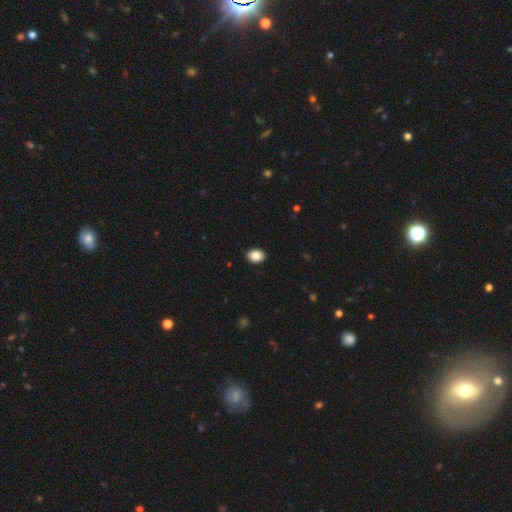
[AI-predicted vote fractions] Smooth or featured?
  - smooth: 88% *
  - star or artifact: 8%
  - featured or disk: 4%
How rounded?
  - in between: 66% *
  - round: 33%
  - cigar-shaped: 1%
Merging?
  - none: 91% *
  - minor disturbance: 6%
  - major disturbance: 2%
  - merger: 1%